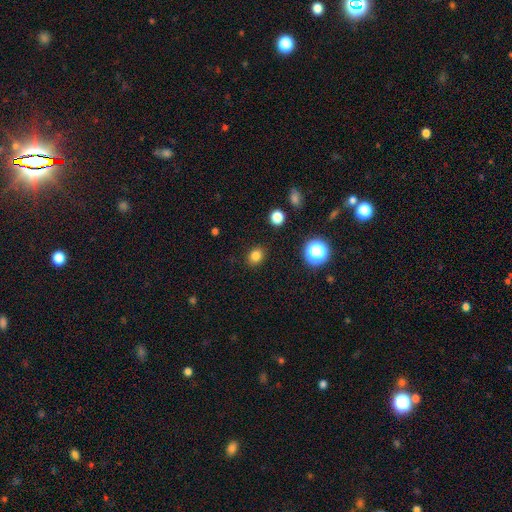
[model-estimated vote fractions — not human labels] Morphology: type=smooth (81%); roundness=round (63%); merging=none (89%).